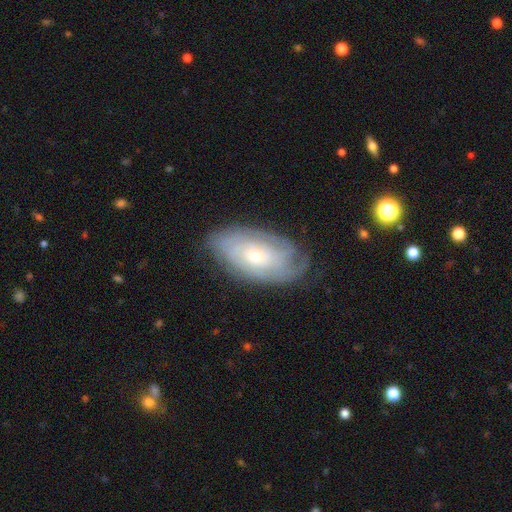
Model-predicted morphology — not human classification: This appears to be a featured or disk galaxy (72%) with no bar (78%), tight (72%) spiral arms (87%) and a small central bulge (63%). Merging: none (74%).